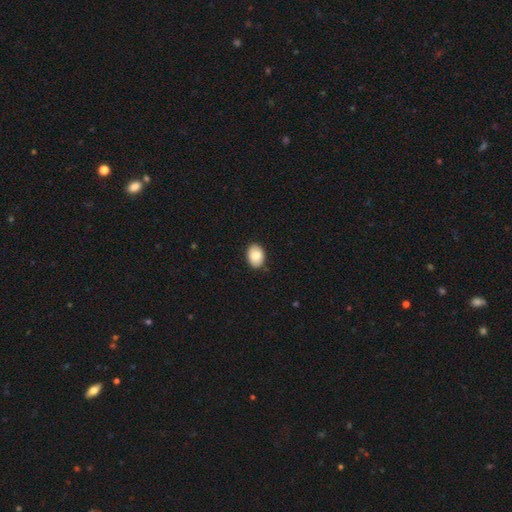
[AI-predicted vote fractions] Morphology: type=smooth (84%); roundness=in between (80%); merging=none (86%).